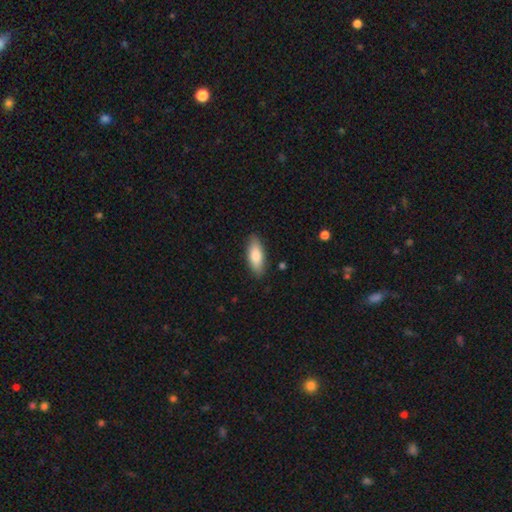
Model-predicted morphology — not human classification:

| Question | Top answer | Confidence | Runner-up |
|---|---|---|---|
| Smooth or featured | smooth | 80% | featured or disk (15%) |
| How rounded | in between | 74% | cigar-shaped (24%) |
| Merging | none | 86% | minor disturbance (10%) |